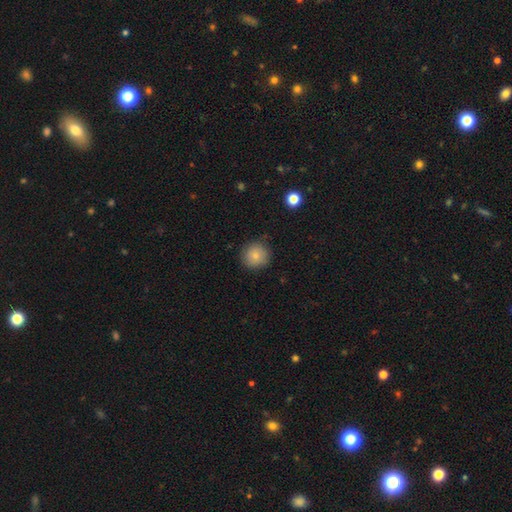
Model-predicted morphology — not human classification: The model was most divided on "smooth or featured": smooth: 81%, star or artifact: 10%, featured or disk: 10%. More confident: how rounded — round (94%); merging — none (87%).